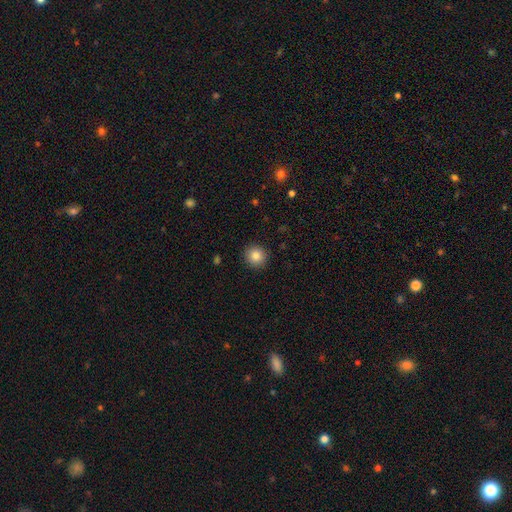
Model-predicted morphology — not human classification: Overall: smooth (85%). How rounded: round (92%). Merging: none (91%).